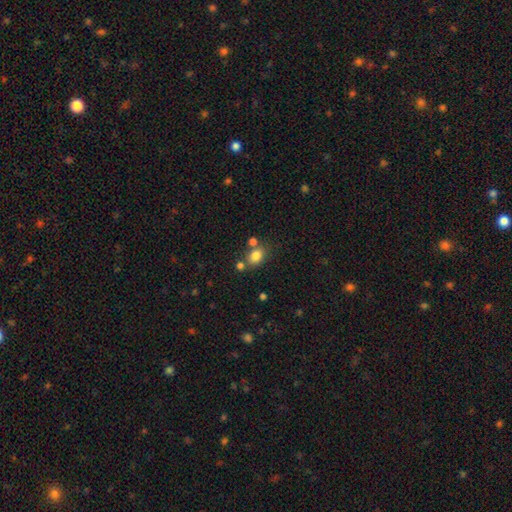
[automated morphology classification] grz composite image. It shows a smooth galaxy with no disk features (81%) that is in between round and cigar-shaped (61%). Merging: none (63%).